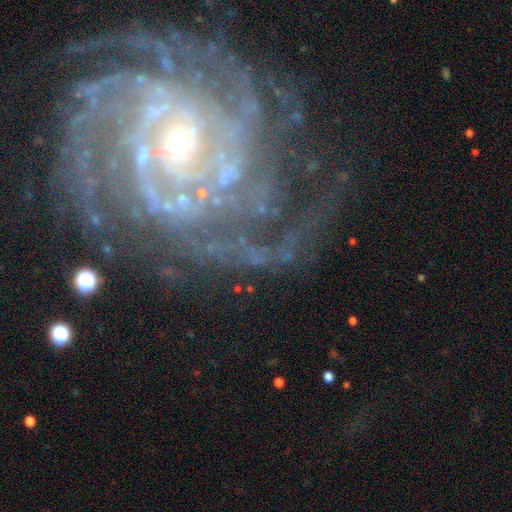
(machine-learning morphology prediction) Smooth or featured?
  - featured or disk: 77% *
  - star or artifact: 15%
  - smooth: 9%
Edge-on disk?
  - no: 96% *
  - yes: 4%
Bar?
  - no: 61% *
  - weak: 24%
  - strong: 15%
Spiral arms?
  - yes: 83% *
  - no: 17%
Spiral winding?
  - tight: 50% *
  - medium: 32%
  - loose: 18%
Spiral arm count?
  - can't tell: 31% *
  - 2: 23%
  - 3: 15%
  - 1: 10%
  - 4: 10%
  - more than 4: 9%
Bulge size?
  - small: 58% *
  - moderate: 26%
  - none: 11%
  - large: 4%
  - dominant: 2%
Merging?
  - none: 51% *
  - major disturbance: 27%
  - minor disturbance: 16%
  - merger: 5%